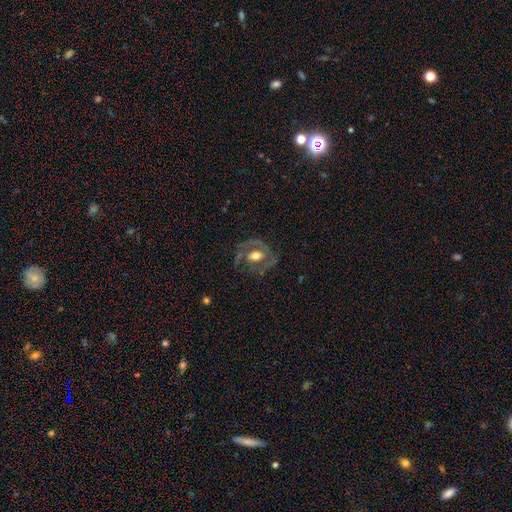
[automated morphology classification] type=featured or disk (72%); edge-on=no (95%); bar=no (53%); spiral arms=yes (69%); bulge=moderate (66%); merging=none (62%).